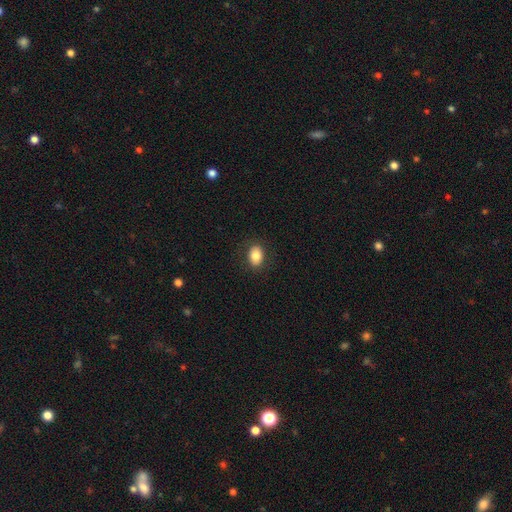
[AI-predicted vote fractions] Smooth or featured? Predicted: smooth (p=0.83). How rounded? Predicted: in between (p=0.74). Merging? Predicted: none (p=0.87).